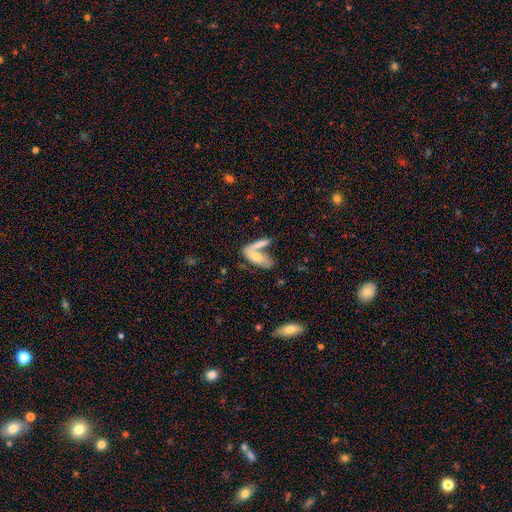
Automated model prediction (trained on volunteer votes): Q: Smooth or featured?
A: smooth (63%); runner-up: featured or disk (30%)
Q: How rounded?
A: in between (66%); runner-up: cigar-shaped (31%)
Q: Merging?
A: merger (52%); runner-up: none (30%)